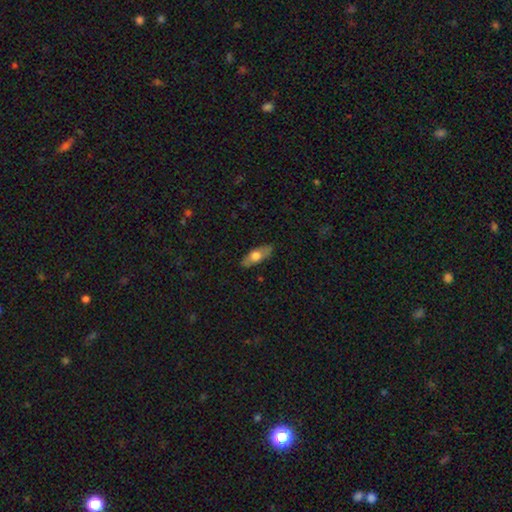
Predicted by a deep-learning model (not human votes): Smooth or featured?
  - smooth: 58% *
  - featured or disk: 36%
  - star or artifact: 6%
How rounded?
  - in between: 64% *
  - cigar-shaped: 32%
  - round: 4%
Merging?
  - none: 85% *
  - minor disturbance: 12%
  - major disturbance: 2%
  - merger: 1%